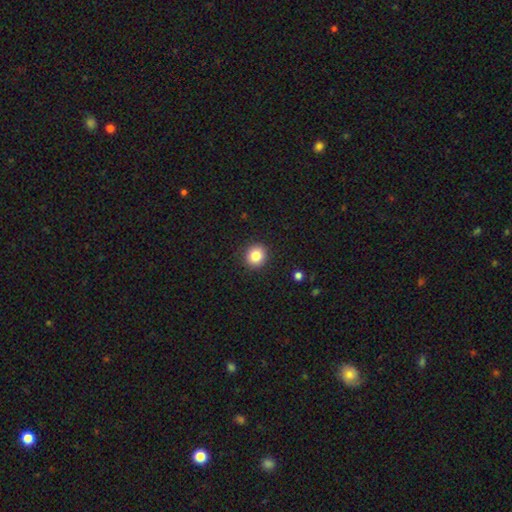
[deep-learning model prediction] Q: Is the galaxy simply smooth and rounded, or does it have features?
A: smooth — 85%.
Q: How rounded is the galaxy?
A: round — 88%.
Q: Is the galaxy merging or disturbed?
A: none — 91%.